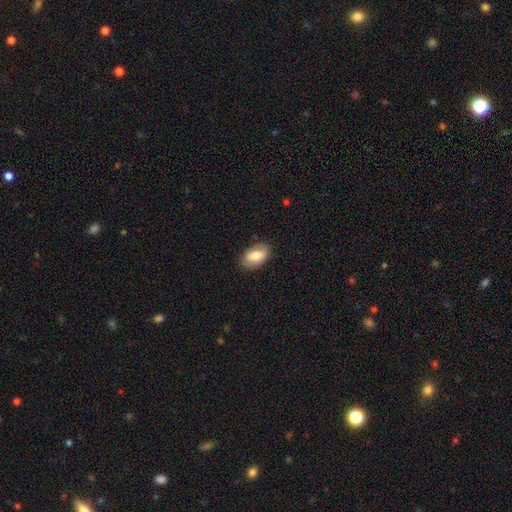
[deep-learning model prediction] A smooth galaxy with no disk features (76%) that is in between round and cigar-shaped (92%). Merging: none (83%).